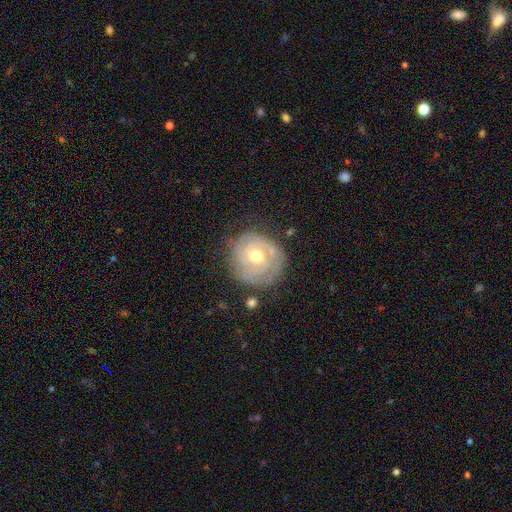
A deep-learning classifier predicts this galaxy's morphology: Smooth or featured? Predicted: featured or disk (p=0.73). Edge-on disk? Predicted: no (p=0.97). Bar? Predicted: no (p=0.70). Spiral arms? Predicted: yes (p=0.81). Spiral winding? Predicted: tight (p=0.76). Spiral arm count? Predicted: can't tell (p=0.43). Bulge size? Predicted: moderate (p=0.68). Merging? Predicted: none (p=0.71).